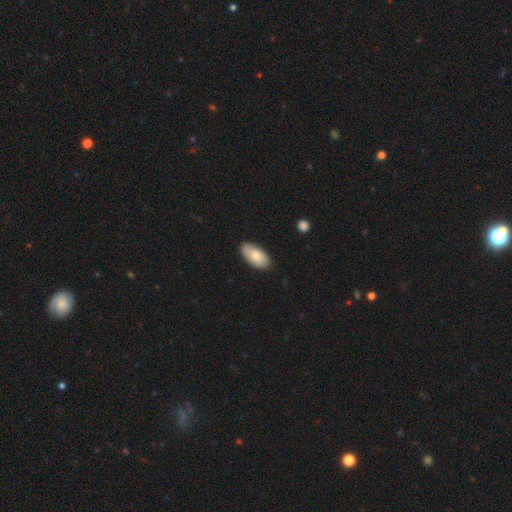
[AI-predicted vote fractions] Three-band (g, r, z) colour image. It shows a smooth galaxy with no disk features (80%) that is in between round and cigar-shaped (94%). Merging: none (83%).